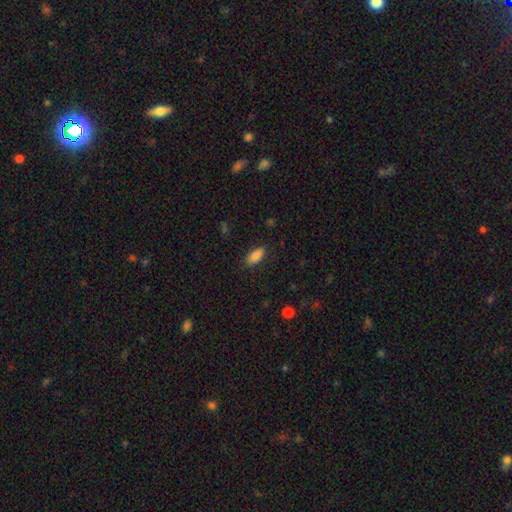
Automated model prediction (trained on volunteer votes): Smooth or featured? smooth (87%)
How rounded? in between (86%)
Merging? none (85%)